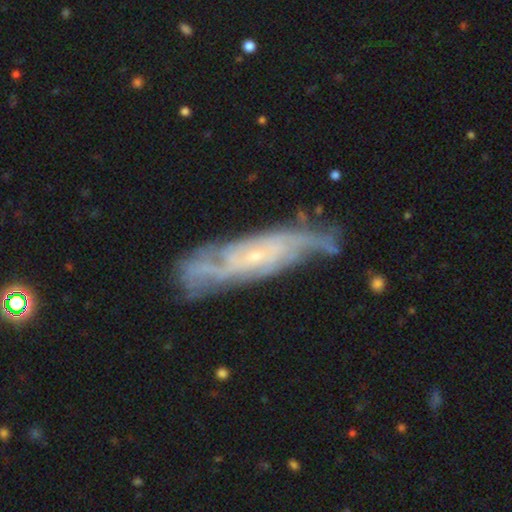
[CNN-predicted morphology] Smooth or featured? featured or disk (83%)
Edge-on disk? no (78%)
Bar? no (65%)
Spiral arms? yes (92%)
Spiral winding? tight (49%)
Spiral arm count? can't tell (38%)
Bulge size? small (81%)
Merging? none (64%)